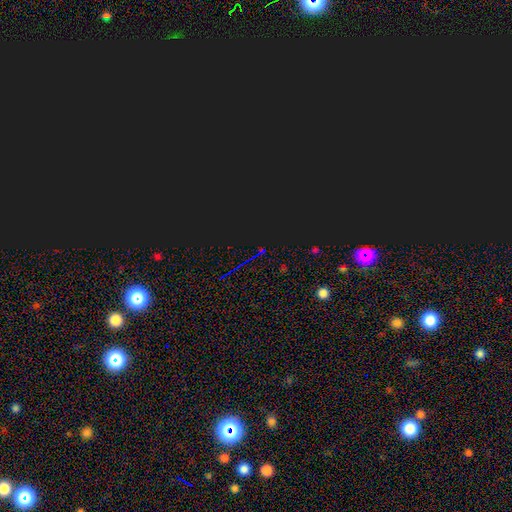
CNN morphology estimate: smooth-or-featured: star or artifact: 81% | smooth: 12% | featured or disk: 7%